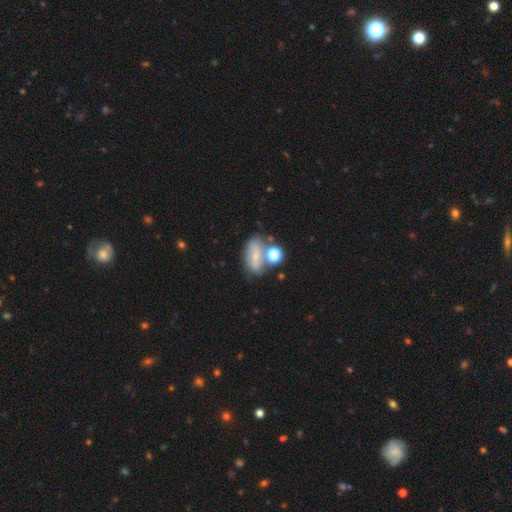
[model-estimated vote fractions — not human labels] Smooth or featured: smooth — 53% (featured or disk — 33%)
How rounded: in between — 73% (round — 19%)
Merging: none — 48% (merger — 23%)